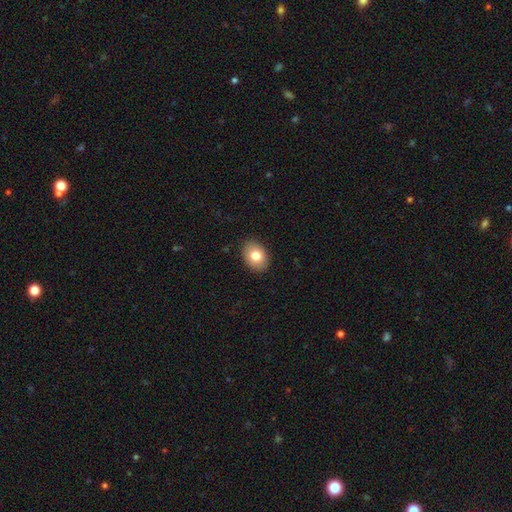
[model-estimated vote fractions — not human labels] Morphology: type=smooth (79%); roundness=in between (75%); merging=none (89%).